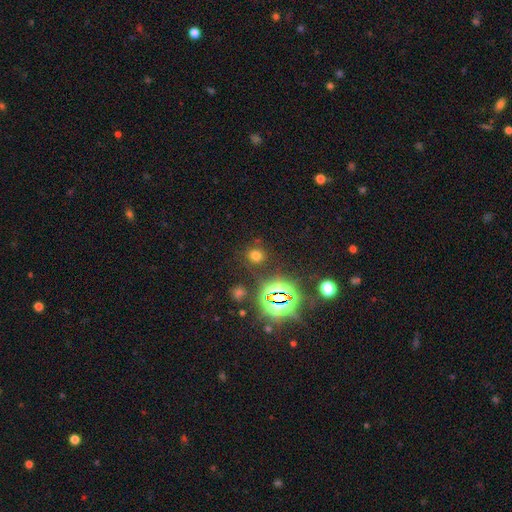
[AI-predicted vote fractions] A smooth galaxy with no disk features (61%) that is round (81%). Merging: none (82%).